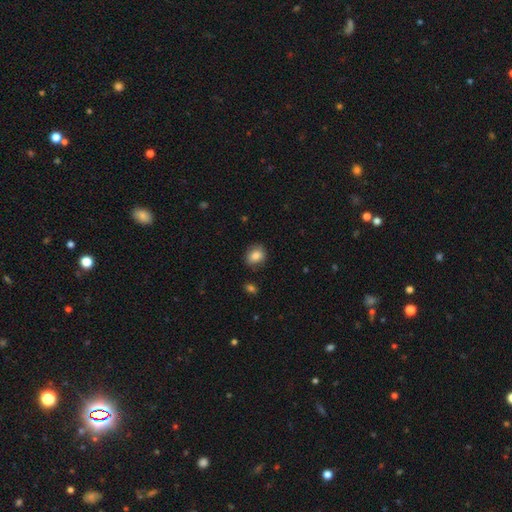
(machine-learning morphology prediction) Smooth or featured: smooth — 83% (star or artifact — 9%)
How rounded: round — 56% (in between — 43%)
Merging: none — 82% (minor disturbance — 13%)